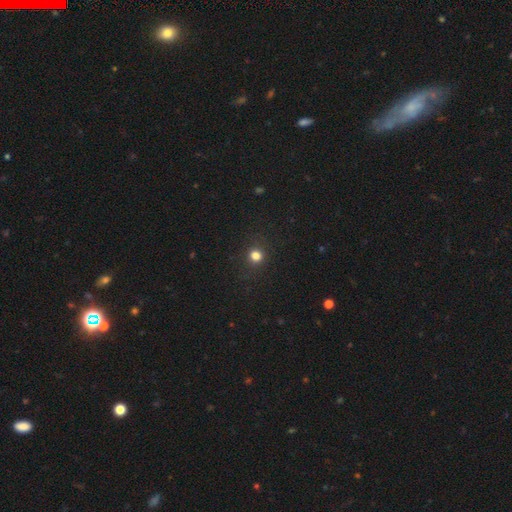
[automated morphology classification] A smooth galaxy with no disk features (80%) that is round (88%). Merging: none (89%).